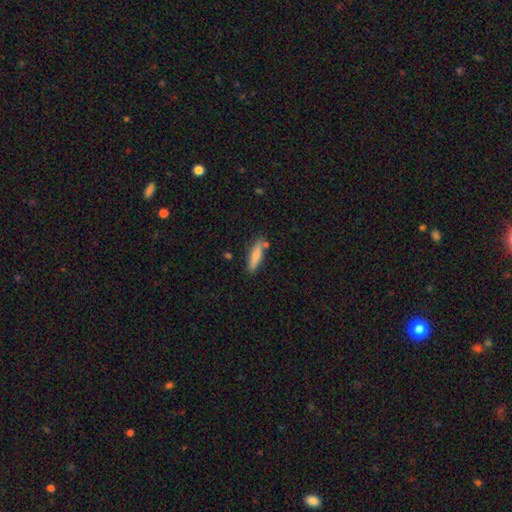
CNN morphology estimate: The model was most divided on "how rounded": cigar-shaped: 67%, in between: 31%, round: 2%. More confident: smooth or featured — smooth (81%); merging — none (76%).